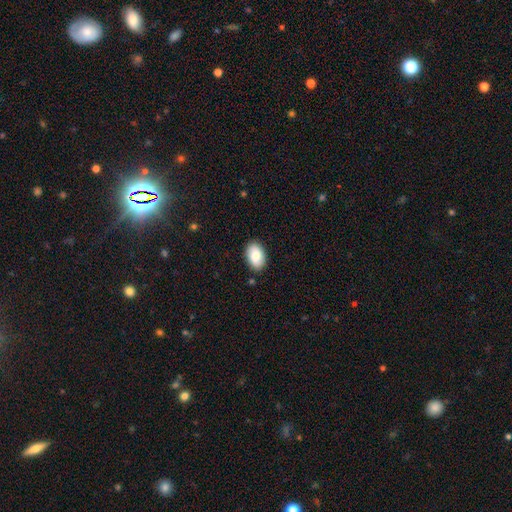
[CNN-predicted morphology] Q: Smooth or featured?
A: smooth (83%); runner-up: featured or disk (10%)
Q: How rounded?
A: in between (92%); runner-up: round (7%)
Q: Merging?
A: none (87%); runner-up: minor disturbance (9%)